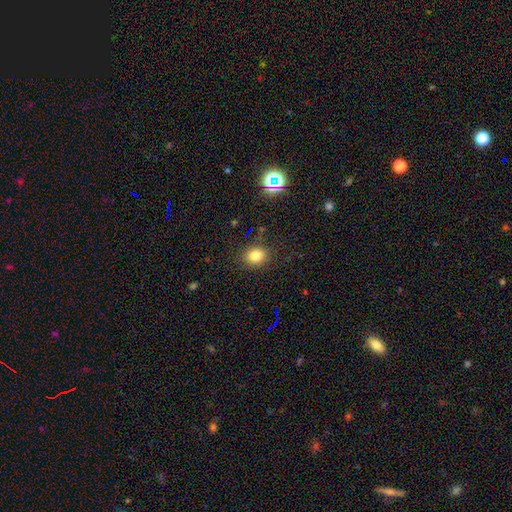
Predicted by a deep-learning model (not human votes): Smooth or featured?
  - smooth: 79% *
  - star or artifact: 14%
  - featured or disk: 7%
How rounded?
  - round: 61% *
  - in between: 38%
  - cigar-shaped: 1%
Merging?
  - none: 83% *
  - minor disturbance: 12%
  - major disturbance: 4%
  - merger: 2%